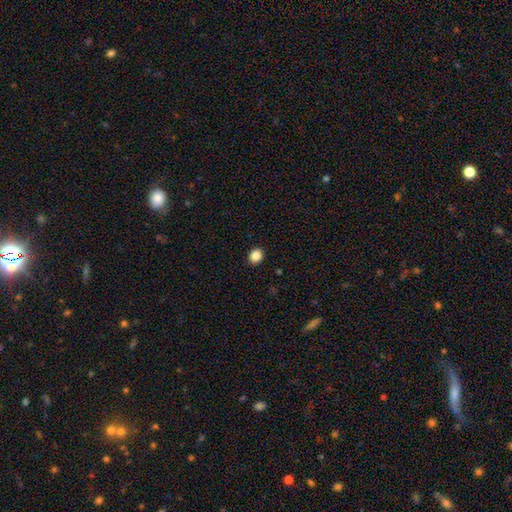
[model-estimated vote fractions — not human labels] This is clearly a smooth galaxy (86%). How rounded: likely round (73%). Merging: clearly none (92%).